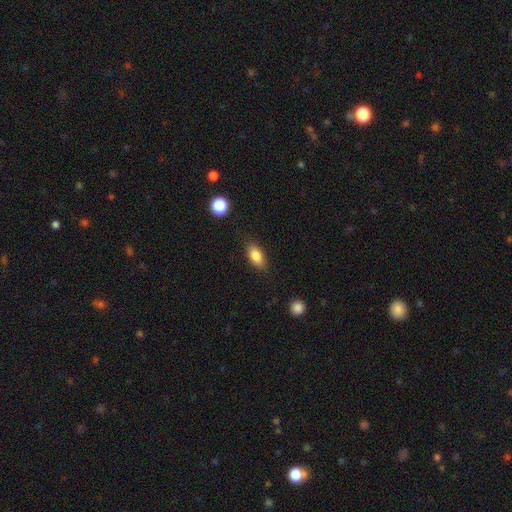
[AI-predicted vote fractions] smooth_or_featured: smooth (p=0.82) [alt: featured or disk p=0.10]
how_rounded: in between (p=0.85) [alt: cigar-shaped p=0.09]
merging: none (p=0.84) [alt: minor disturbance p=0.12]